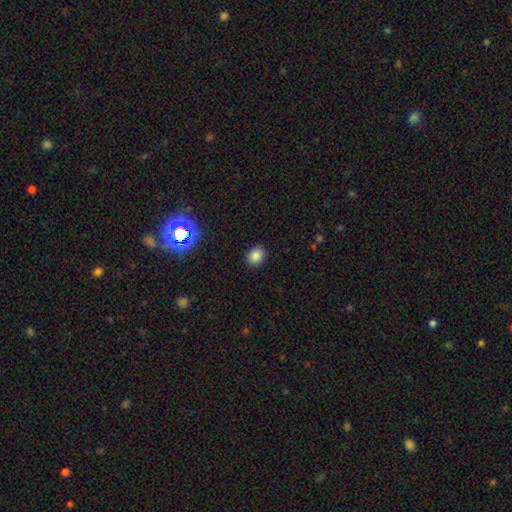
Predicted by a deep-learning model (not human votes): This appears to be a smooth galaxy with no disk features (84%) that is in between round and cigar-shaped (51%). Merging: none (89%).